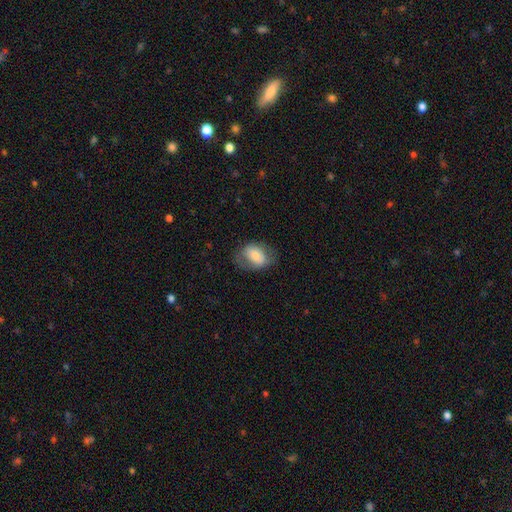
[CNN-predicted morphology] smooth 65%, featured or disk 28%, star or artifact 7%. Down the decision tree: how rounded — in between (75%); merging — none (67%).